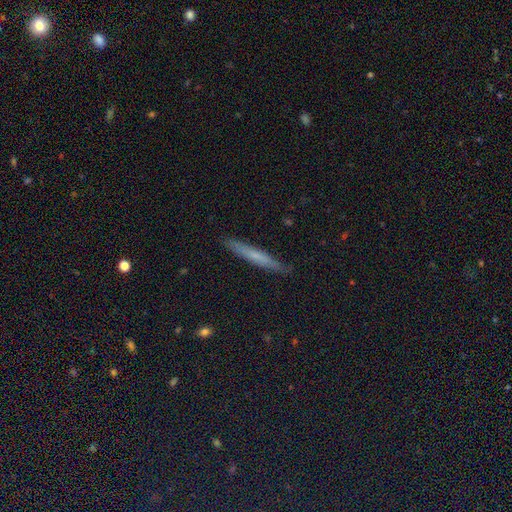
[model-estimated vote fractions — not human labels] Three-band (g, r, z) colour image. It shows a smooth galaxy with no disk features (55%) that is cigar-shaped (95%). Merging: none (89%).